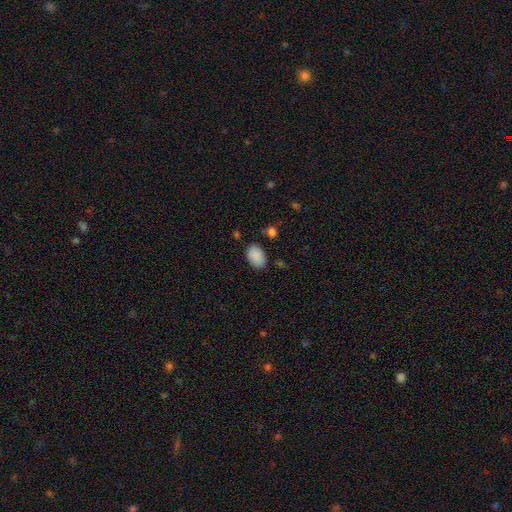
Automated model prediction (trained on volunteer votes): Q: Smooth or featured?
A: smooth (89%); runner-up: star or artifact (7%)
Q: How rounded?
A: in between (90%); runner-up: round (9%)
Q: Merging?
A: none (81%); runner-up: minor disturbance (13%)